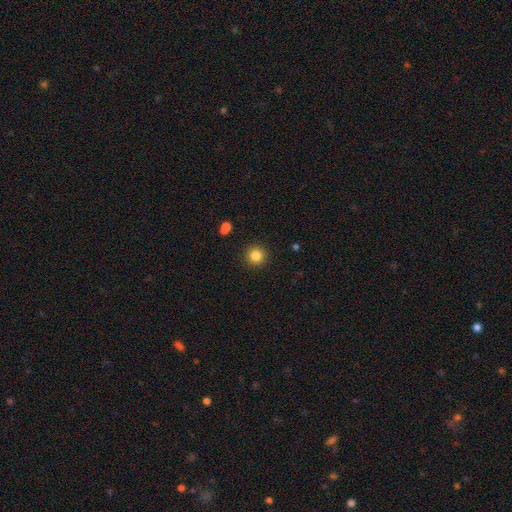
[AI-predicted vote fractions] Smooth or featured? smooth (84%)
How rounded? round (95%)
Merging? none (91%)